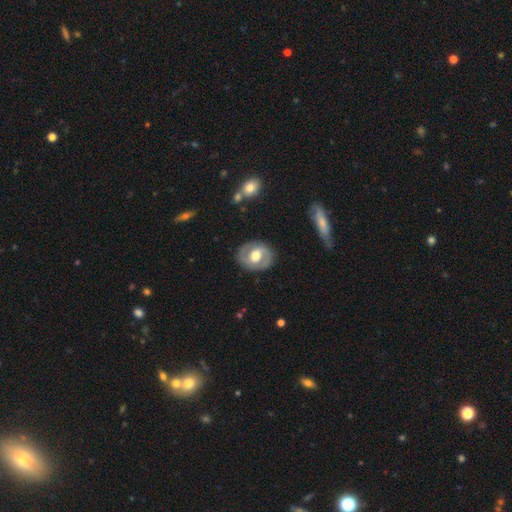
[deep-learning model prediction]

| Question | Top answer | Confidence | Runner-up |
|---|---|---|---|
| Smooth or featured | featured or disk | 64% | smooth (31%) |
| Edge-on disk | no | 96% | yes (4%) |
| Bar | no | 45% | weak (40%) |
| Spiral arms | yes | 63% | no (37%) |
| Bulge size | moderate | 62% | large (30%) |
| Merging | none | 83% | minor disturbance (12%) |